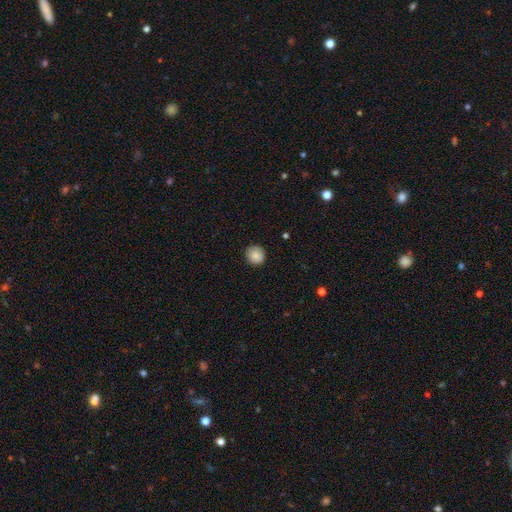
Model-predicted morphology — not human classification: The model was most divided on "smooth or featured": smooth: 88%, star or artifact: 8%, featured or disk: 4%. More confident: how rounded — round (94%); merging — none (91%).